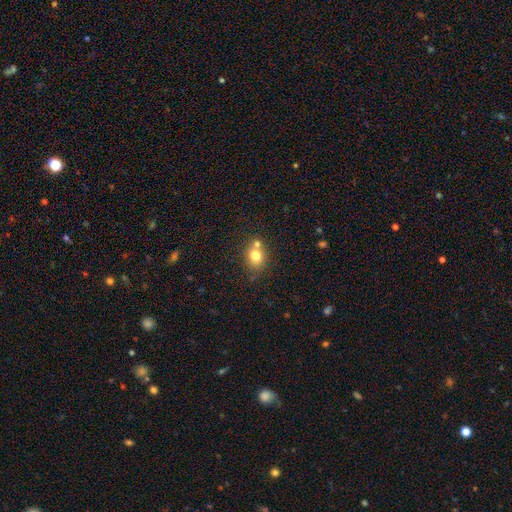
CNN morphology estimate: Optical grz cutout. It shows a smooth galaxy with no disk features (76%) that is round (61%). Merging: none (54%).